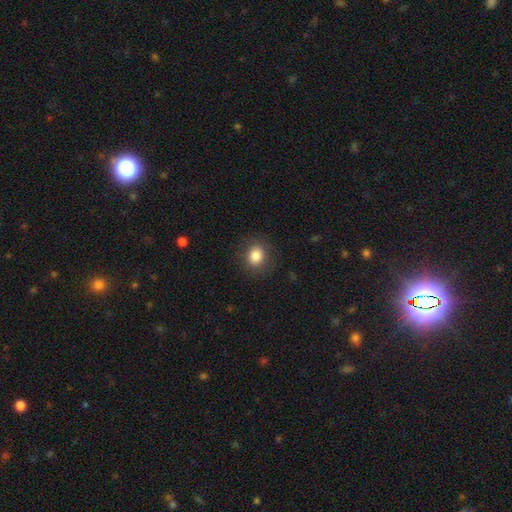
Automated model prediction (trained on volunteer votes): Q: Smooth or featured?
A: smooth (84%); runner-up: star or artifact (10%)
Q: How rounded?
A: round (68%); runner-up: in between (31%)
Q: Merging?
A: none (86%); runner-up: minor disturbance (9%)